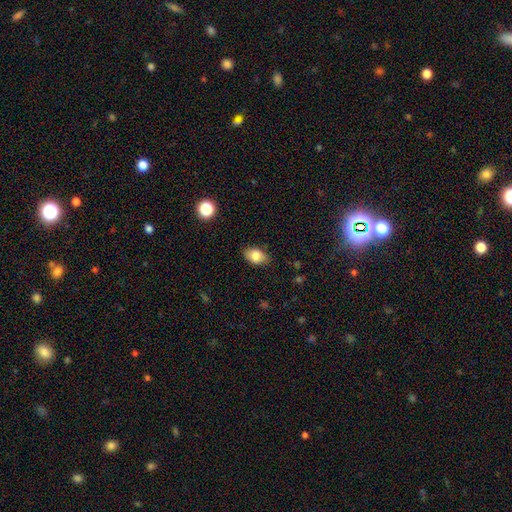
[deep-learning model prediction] Q: Smooth or featured?
A: smooth (82%); runner-up: featured or disk (10%)
Q: How rounded?
A: in between (87%); runner-up: round (11%)
Q: Merging?
A: none (83%); runner-up: minor disturbance (13%)